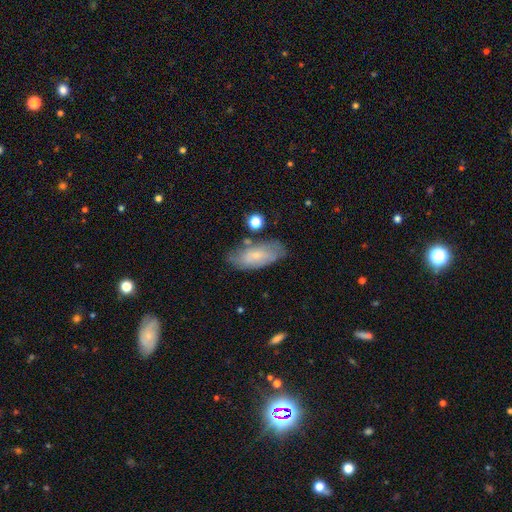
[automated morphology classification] smooth-or-featured: smooth: 59% | featured or disk: 34% | star or artifact: 7%
  how-rounded: in between: 86% | cigar-shaped: 11% | round: 3%
  merging: none: 65% | minor disturbance: 23% | major disturbance: 7% | merger: 5%